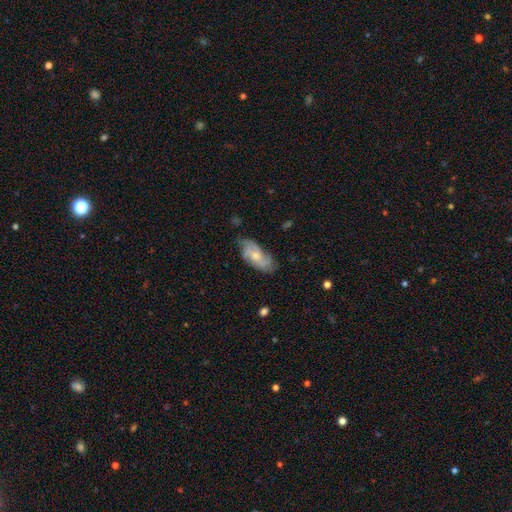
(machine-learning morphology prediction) Smooth or featured: featured or disk — 66% (smooth — 28%)
Edge-on disk: no — 92% (yes — 8%)
Bar: no — 71% (weak — 25%)
Spiral arms: yes — 89% (no — 11%)
Spiral winding: medium — 44% (tight — 33%)
Spiral arm count: 3 — 31% (2 — 27%)
Bulge size: moderate — 49% (small — 46%)
Merging: none — 67% (minor disturbance — 25%)